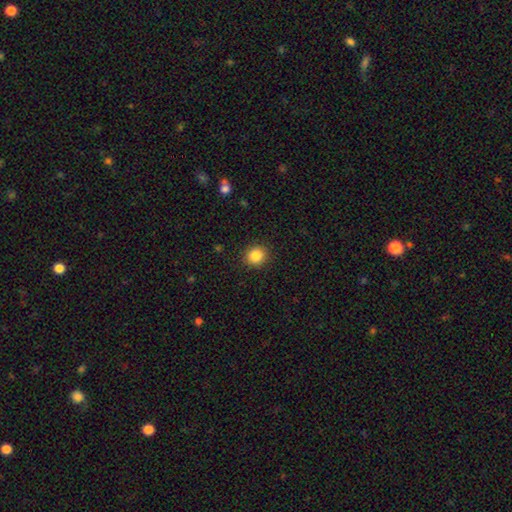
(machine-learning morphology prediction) Overall: smooth (86%). How rounded: round (83%). Merging: none (90%).